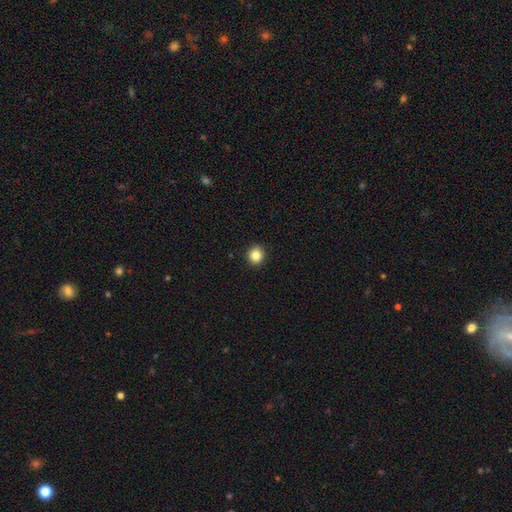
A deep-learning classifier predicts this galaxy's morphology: Overall: smooth (85%). How rounded: round (88%). Merging: none (92%).